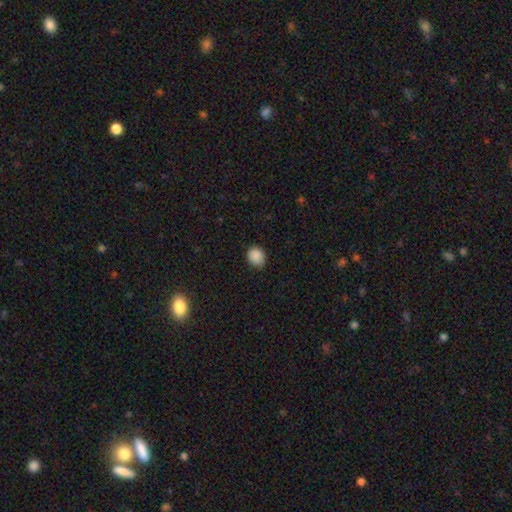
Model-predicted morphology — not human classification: A smooth galaxy with no disk features (88%) that is round (65%). Merging: none (73%).